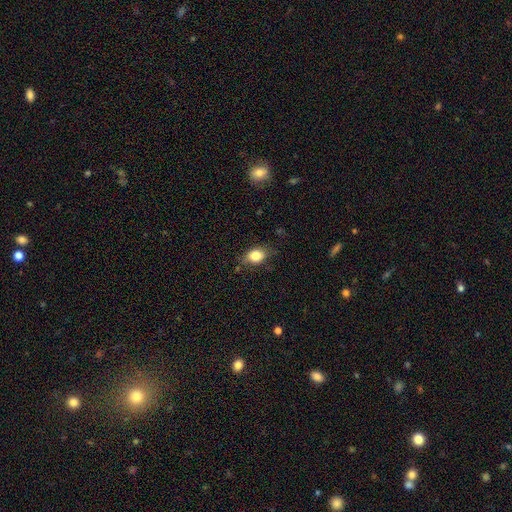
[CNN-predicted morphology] smooth 81%, featured or disk 10%, star or artifact 9%. Down the decision tree: how rounded — in between (72%); merging — none (74%).